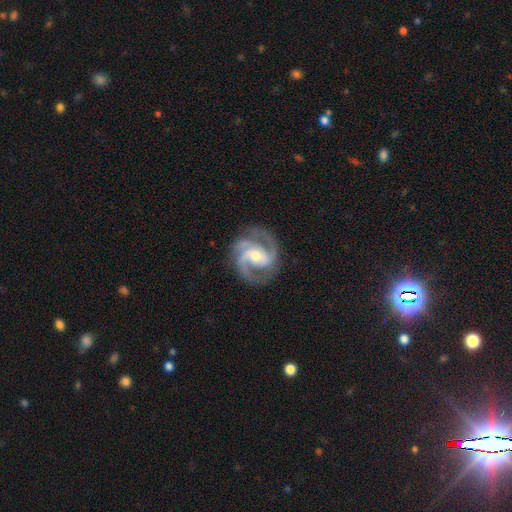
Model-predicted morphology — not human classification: Smooth or featured?
  - featured or disk: 92% *
  - star or artifact: 4%
  - smooth: 4%
Edge-on disk?
  - no: 98% *
  - yes: 2%
Bar?
  - weak: 40% *
  - no: 39%
  - strong: 21%
Spiral arms?
  - yes: 98% *
  - no: 2%
Spiral winding?
  - medium: 56% *
  - tight: 35%
  - loose: 9%
Spiral arm count?
  - 3: 45% *
  - 2: 42%
  - can't tell: 4%
  - 4: 4%
  - 1: 3%
  - more than 4: 3%
Bulge size?
  - moderate: 58% *
  - small: 37%
  - large: 3%
  - none: 1%
  - dominant: 1%
Merging?
  - none: 79% *
  - minor disturbance: 14%
  - major disturbance: 6%
  - merger: 1%